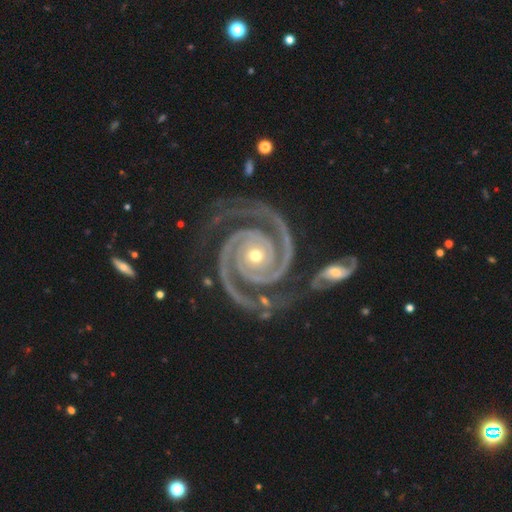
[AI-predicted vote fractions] Smooth or featured? Predicted: featured or disk (p=0.95). Edge-on disk? Predicted: no (p=0.98). Bar? Predicted: no (p=0.76). Spiral arms? Predicted: yes (p=0.99). Spiral winding? Predicted: tight (p=0.78). Spiral arm count? Predicted: 2 (p=0.90). Bulge size? Predicted: moderate (p=0.52). Merging? Predicted: none (p=0.76).